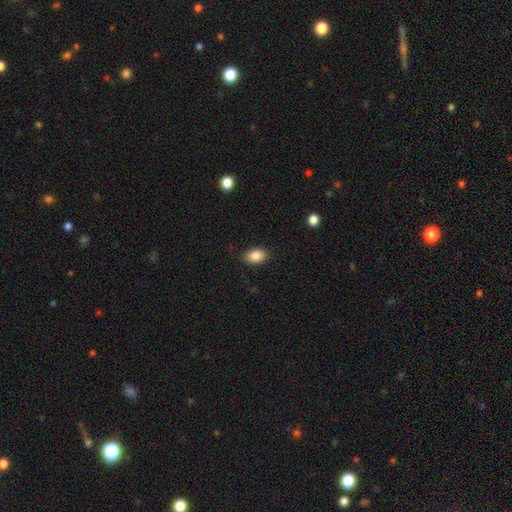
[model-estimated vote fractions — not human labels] Q: Smooth or featured?
A: smooth (87%); runner-up: star or artifact (8%)
Q: How rounded?
A: in between (88%); runner-up: round (11%)
Q: Merging?
A: none (86%); runner-up: minor disturbance (10%)